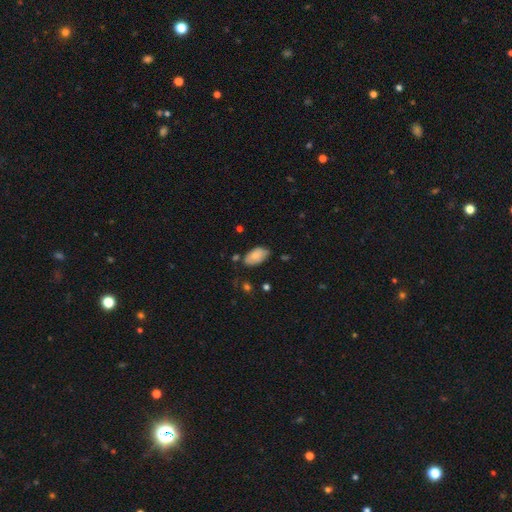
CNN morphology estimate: smooth_or_featured: smooth (p=0.78) [alt: featured or disk p=0.15]
how_rounded: in between (p=0.94) [alt: round p=0.04]
merging: none (p=0.69) [alt: minor disturbance p=0.24]